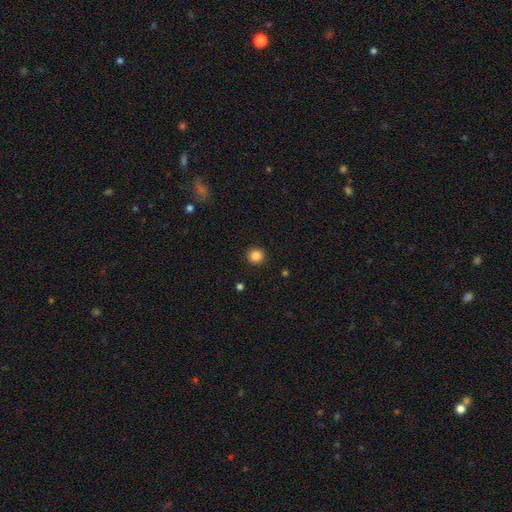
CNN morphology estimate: type=smooth (86%); roundness=round (92%); merging=none (92%).